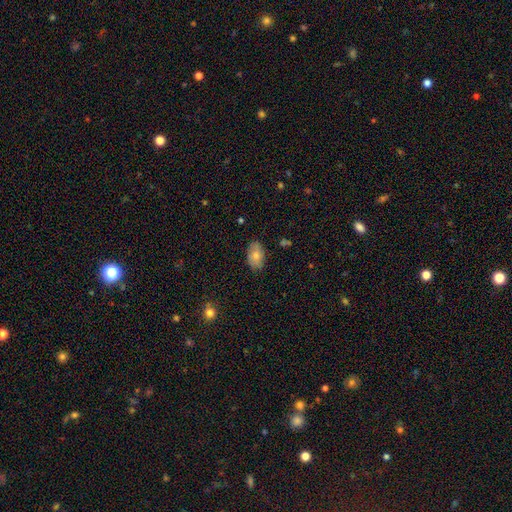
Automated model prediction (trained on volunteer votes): Smooth or featured? smooth (77%)
How rounded? in between (91%)
Merging? none (82%)